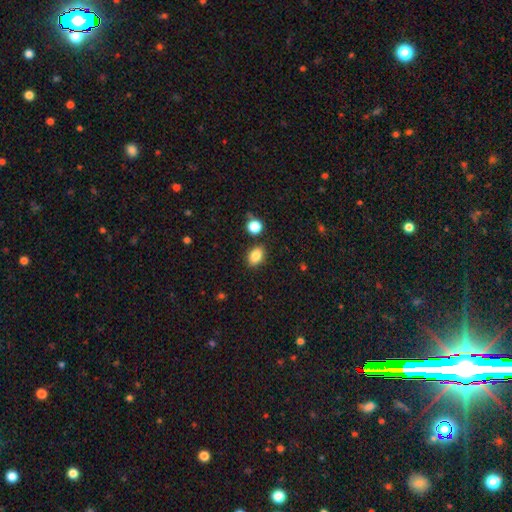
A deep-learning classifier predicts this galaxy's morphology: Smooth or featured?
  - smooth: 85% *
  - star or artifact: 10%
  - featured or disk: 5%
How rounded?
  - in between: 77% *
  - round: 22%
  - cigar-shaped: 1%
Merging?
  - none: 83% *
  - minor disturbance: 10%
  - merger: 5%
  - major disturbance: 3%